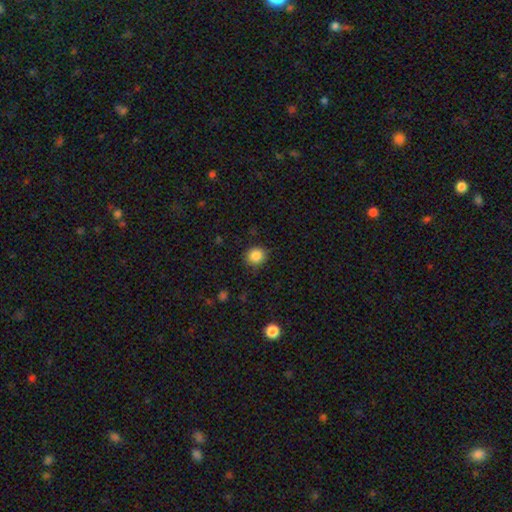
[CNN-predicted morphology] Smooth or featured? Predicted: smooth (p=0.86). How rounded? Predicted: round (p=0.86). Merging? Predicted: none (p=0.85).